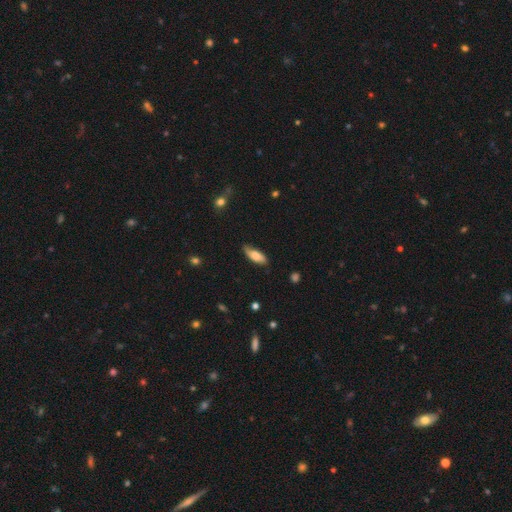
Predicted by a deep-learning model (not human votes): Smooth or featured?
  - smooth: 73% *
  - featured or disk: 20%
  - star or artifact: 7%
How rounded?
  - in between: 74% *
  - cigar-shaped: 24%
  - round: 2%
Merging?
  - none: 64% *
  - minor disturbance: 28%
  - major disturbance: 6%
  - merger: 2%